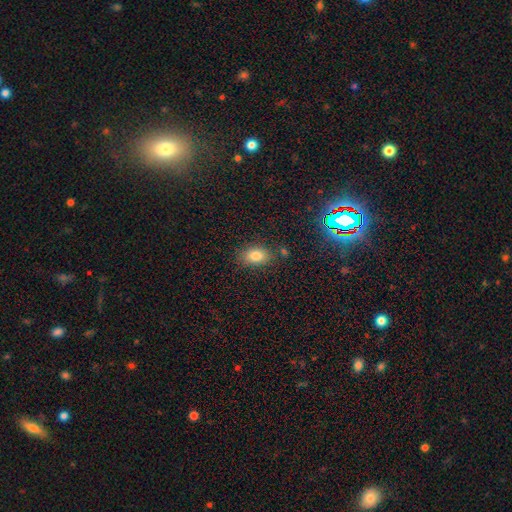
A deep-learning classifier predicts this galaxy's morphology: smooth 81%, star or artifact 11%, featured or disk 8%. Down the decision tree: how rounded — in between (82%); merging — none (79%).